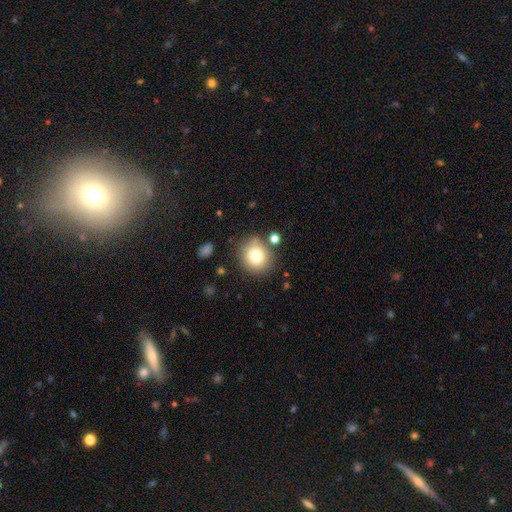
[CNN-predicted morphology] Q: Smooth or featured?
A: smooth (79%); runner-up: star or artifact (11%)
Q: How rounded?
A: round (88%); runner-up: in between (12%)
Q: Merging?
A: none (80%); runner-up: minor disturbance (11%)